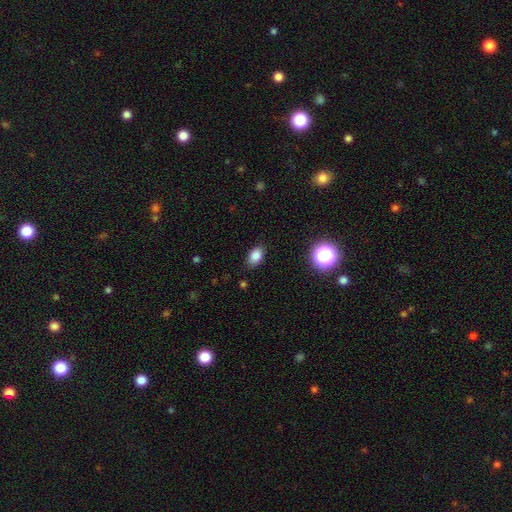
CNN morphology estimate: This is clearly a smooth galaxy (84%). How rounded: clearly in between (84%). Merging: clearly none (86%).